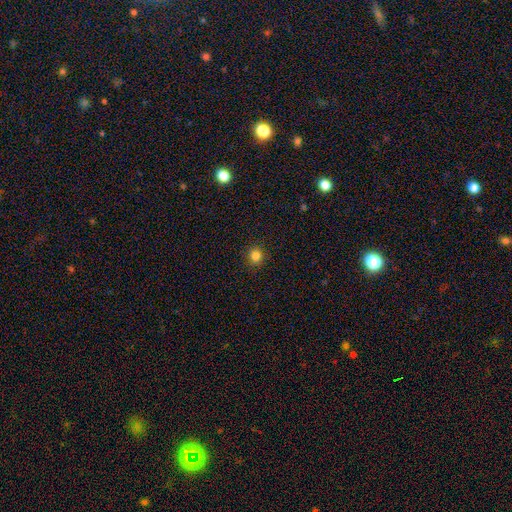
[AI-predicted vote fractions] A smooth galaxy with no disk features (82%) that is round (89%).

Vote fractions:
- Smooth or featured? smooth: 82% / star or artifact: 13% / featured or disk: 5%
- How rounded? round: 89% / in between: 11% / cigar-shaped: 1%
- Merging? none: 91% / minor disturbance: 6% / major disturbance: 2% / merger: 1%